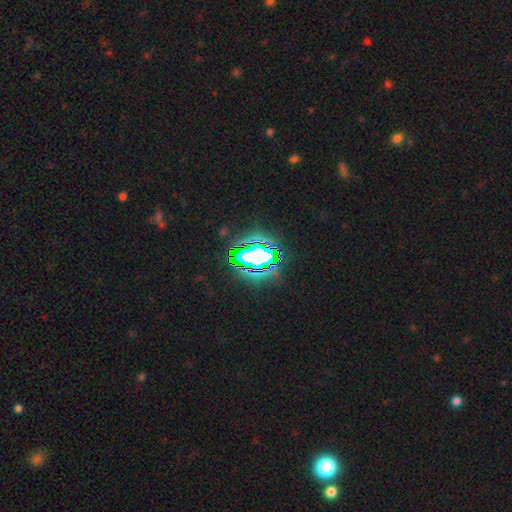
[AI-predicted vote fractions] Overall: star or artifact (66%).